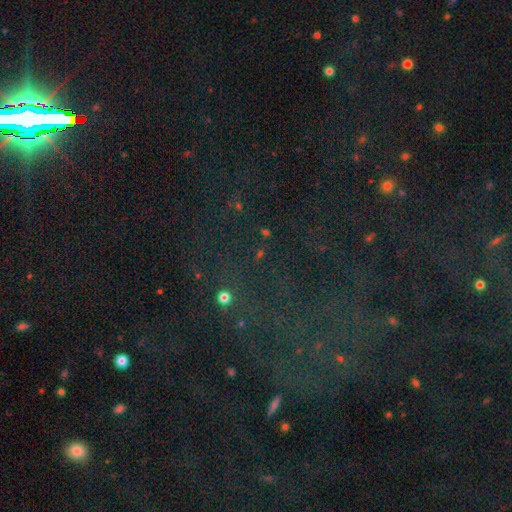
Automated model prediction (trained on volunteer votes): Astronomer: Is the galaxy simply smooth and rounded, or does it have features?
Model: star or artifact — 75%.